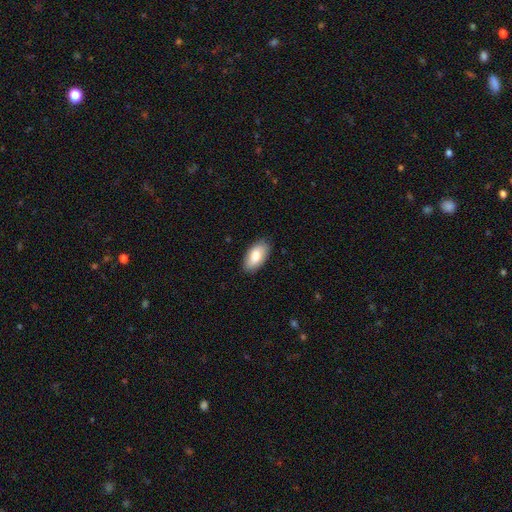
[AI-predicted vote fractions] Q: Smooth or featured?
A: smooth (82%); runner-up: featured or disk (12%)
Q: How rounded?
A: in between (94%); runner-up: cigar-shaped (4%)
Q: Merging?
A: none (86%); runner-up: minor disturbance (11%)